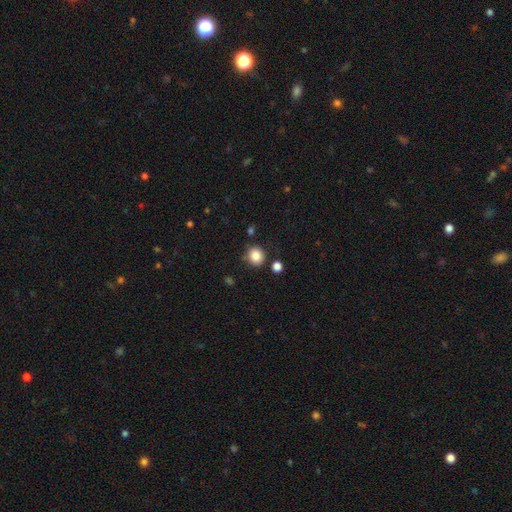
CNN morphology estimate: A smooth galaxy with no disk features (85%) that is round (82%). Merging: none (81%).